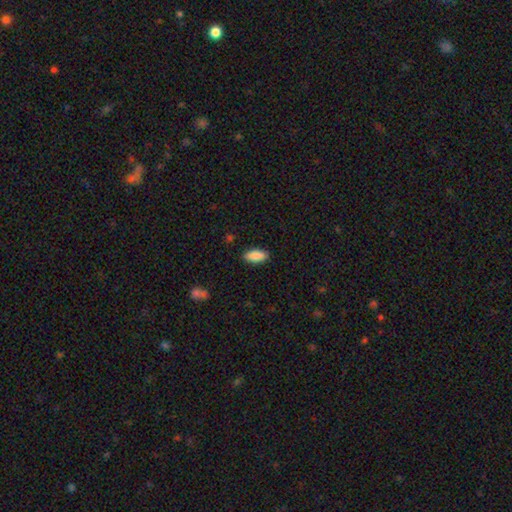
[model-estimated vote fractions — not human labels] The model was most divided on "how rounded": in between: 83%, cigar-shaped: 15%, round: 2%. More confident: merging — none (88%); smooth or featured — smooth (88%).